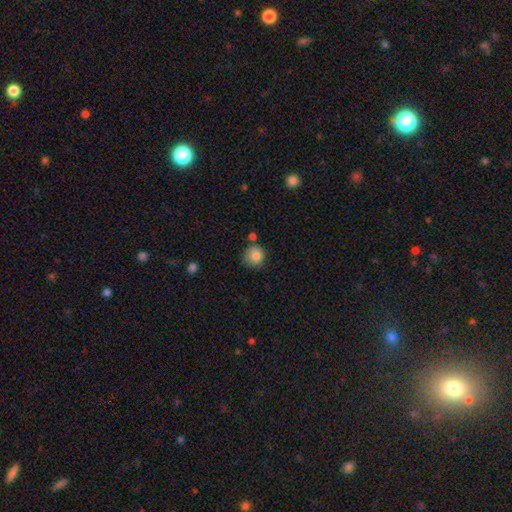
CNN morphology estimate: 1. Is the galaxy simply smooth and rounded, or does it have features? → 82% smooth, 9% star or artifact, 9% featured or disk.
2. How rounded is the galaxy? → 87% round, 12% in between, 1% cigar-shaped.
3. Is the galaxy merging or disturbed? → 61% none, 23% minor disturbance, 9% merger, 6% major disturbance.